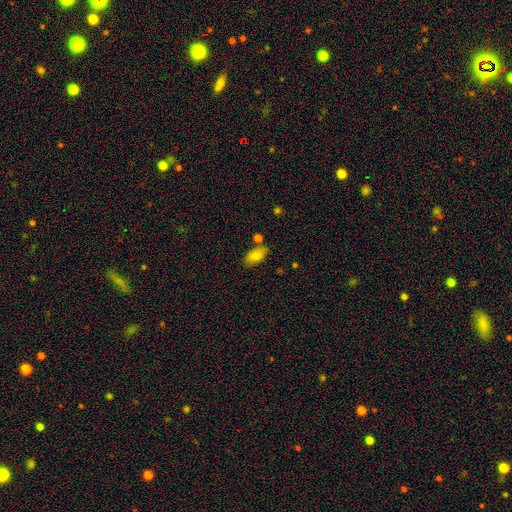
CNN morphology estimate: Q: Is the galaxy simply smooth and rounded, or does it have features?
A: smooth — 79%.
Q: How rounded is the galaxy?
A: in between — 91%.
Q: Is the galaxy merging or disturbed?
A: none — 75%.